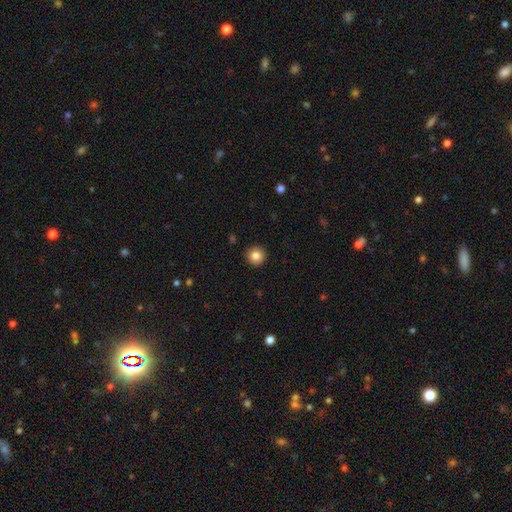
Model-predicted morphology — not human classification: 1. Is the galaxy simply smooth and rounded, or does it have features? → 84% smooth, 10% star or artifact, 6% featured or disk.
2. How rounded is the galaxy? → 95% round, 4% in between, 1% cigar-shaped.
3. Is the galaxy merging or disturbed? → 91% none, 6% minor disturbance, 2% major disturbance, 1% merger.